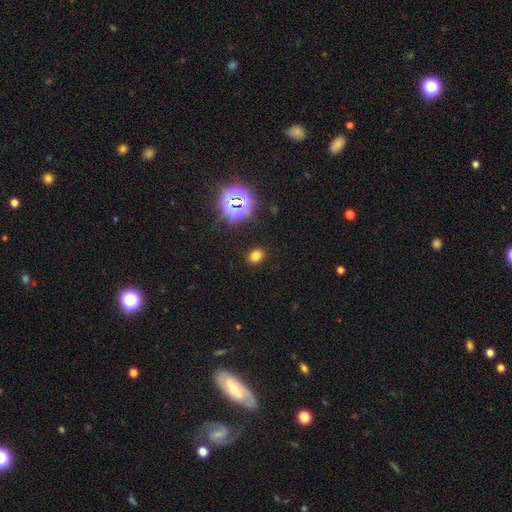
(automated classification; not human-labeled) A smooth galaxy with no disk features (71%) that is round (59%).

Vote fractions:
- Smooth or featured? smooth: 71% / star or artifact: 23% / featured or disk: 6%
- How rounded? round: 59% / in between: 40% / cigar-shaped: 1%
- Merging? none: 89% / minor disturbance: 7% / major disturbance: 3% / merger: 1%